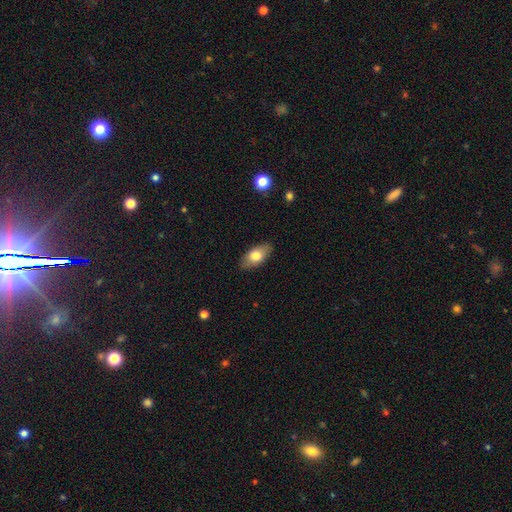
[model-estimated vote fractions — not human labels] A smooth galaxy with no disk features (75%) that is in between round and cigar-shaped (91%). Merging: none (86%).